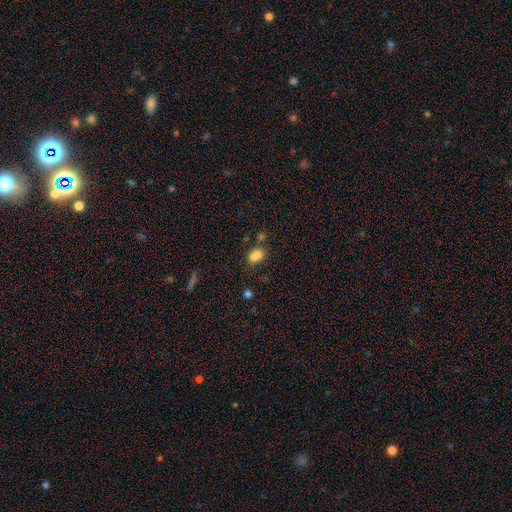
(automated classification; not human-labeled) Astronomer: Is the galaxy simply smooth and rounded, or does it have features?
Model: smooth — 81%.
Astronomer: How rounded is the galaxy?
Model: in between — 80%.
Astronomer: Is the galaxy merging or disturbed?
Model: none — 56%.